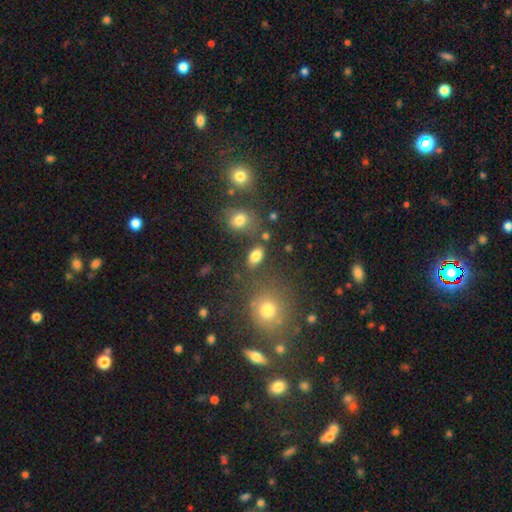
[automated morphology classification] Smooth or featured? smooth (82%)
How rounded? in between (86%)
Merging? none (76%)